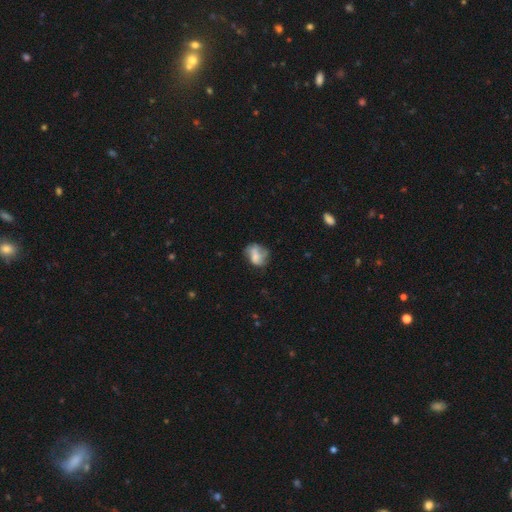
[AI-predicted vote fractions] Smooth or featured?
  - smooth: 54% *
  - featured or disk: 36%
  - star or artifact: 10%
How rounded?
  - in between: 58% *
  - round: 41%
  - cigar-shaped: 2%
Merging?
  - none: 46% *
  - minor disturbance: 29%
  - major disturbance: 19%
  - merger: 6%